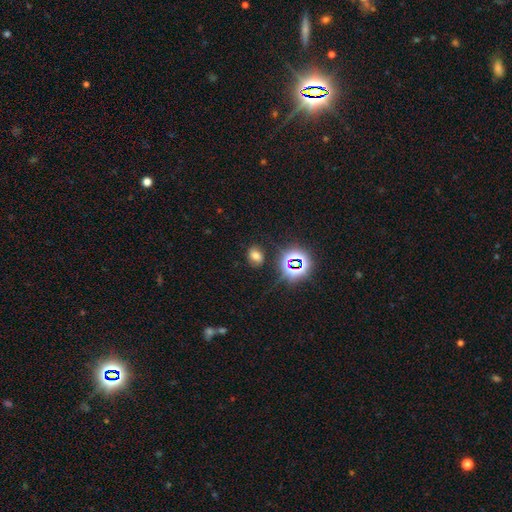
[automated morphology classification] Smooth or featured? Predicted: smooth (p=0.61). How rounded? Predicted: in between (p=0.68). Merging? Predicted: none (p=0.80).